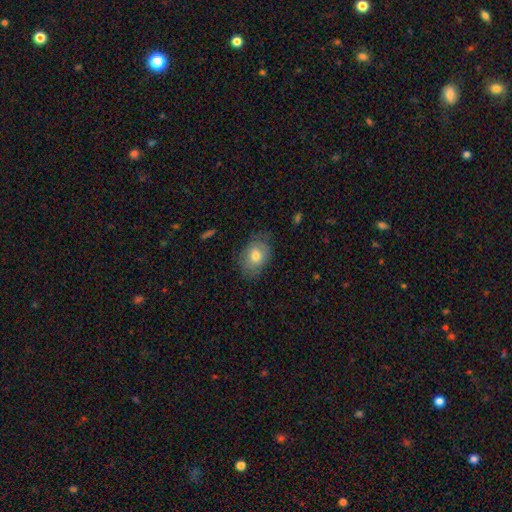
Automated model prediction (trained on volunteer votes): Morphology: type=smooth (72%); roundness=in between (76%); merging=none (71%).